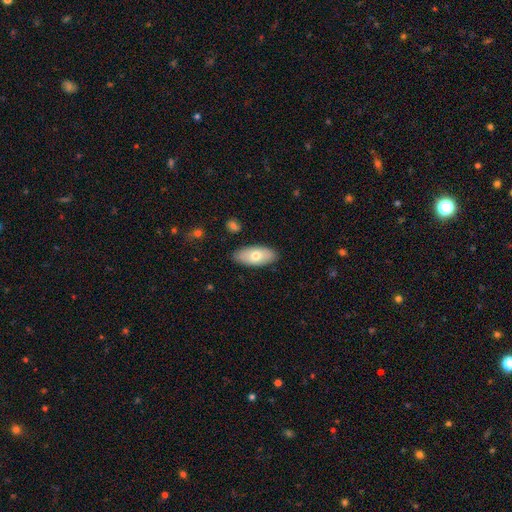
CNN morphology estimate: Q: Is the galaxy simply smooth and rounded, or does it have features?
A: smooth — 69%.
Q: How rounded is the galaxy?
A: in between — 90%.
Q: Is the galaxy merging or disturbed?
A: none — 87%.